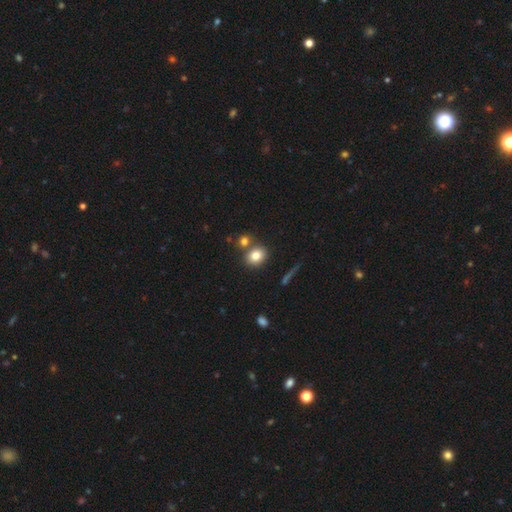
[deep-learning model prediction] Q: Smooth or featured?
A: smooth (79%); runner-up: star or artifact (11%)
Q: How rounded?
A: round (65%); runner-up: in between (34%)
Q: Merging?
A: none (65%); runner-up: merger (23%)